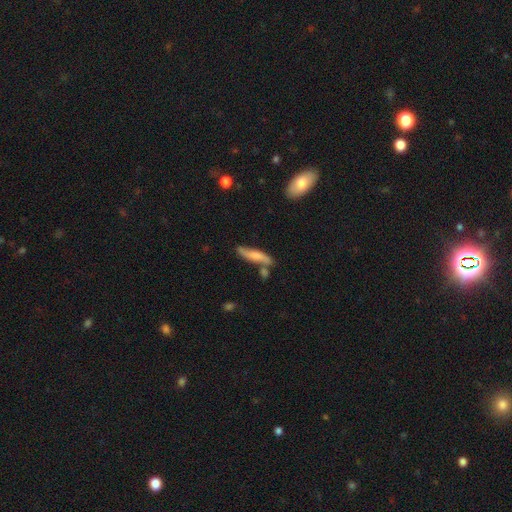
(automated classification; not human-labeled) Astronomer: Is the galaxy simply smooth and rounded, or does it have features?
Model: smooth — 57% (runner-up: featured or disk, 37%).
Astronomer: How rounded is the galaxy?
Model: cigar-shaped — 78%.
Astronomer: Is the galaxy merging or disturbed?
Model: none — 64%.